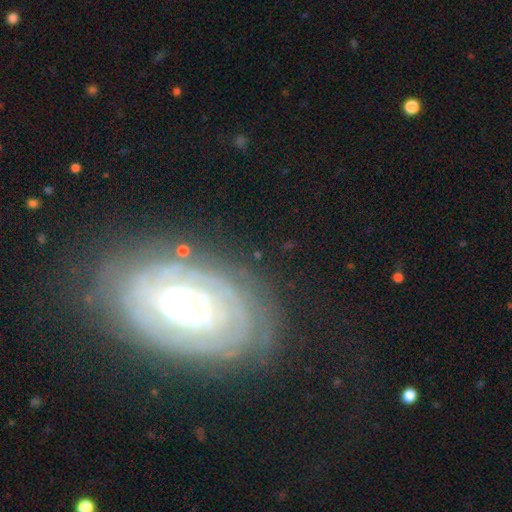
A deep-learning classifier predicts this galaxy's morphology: Smooth or featured? Predicted: featured or disk (p=0.81). Edge-on disk? Predicted: no (p=0.94). Bar? Predicted: no (p=0.67). Spiral arms? Predicted: yes (p=0.86). Spiral winding? Predicted: tight (p=0.82). Spiral arm count? Predicted: can't tell (p=0.50). Bulge size? Predicted: moderate (p=0.65). Merging? Predicted: none (p=0.75).